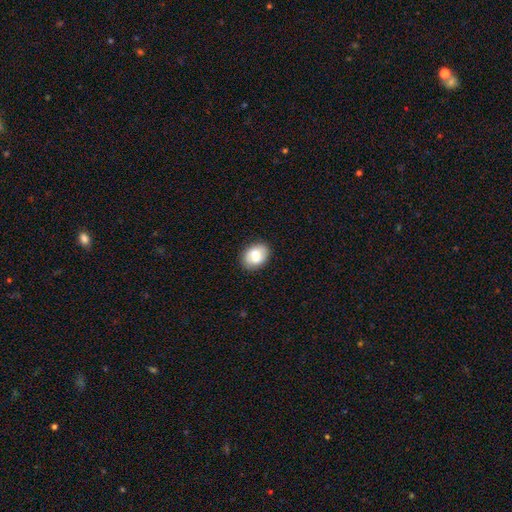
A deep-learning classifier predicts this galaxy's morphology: smooth 75%, featured or disk 17%, star or artifact 8%. Down the decision tree: how rounded — in between (68%); merging — none (86%).